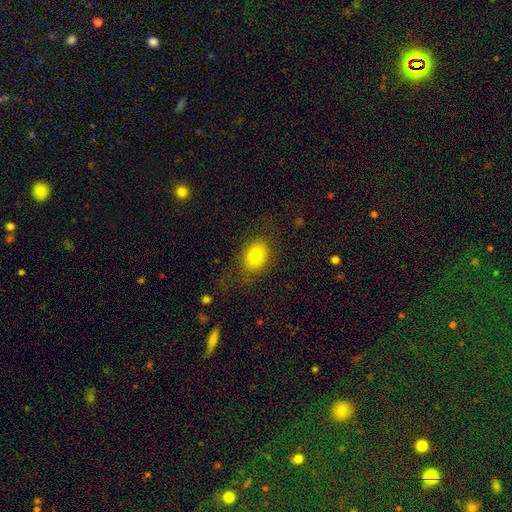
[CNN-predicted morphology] The model was most divided on "how rounded": in between: 64%, round: 35%, cigar-shaped: 1%. More confident: smooth or featured — smooth (77%); merging — none (73%).